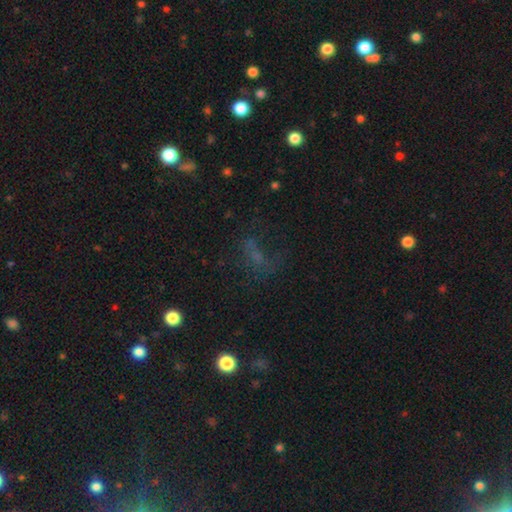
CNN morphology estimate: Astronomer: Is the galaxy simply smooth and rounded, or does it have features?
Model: star or artifact — 40% (runner-up: smooth, 37%).